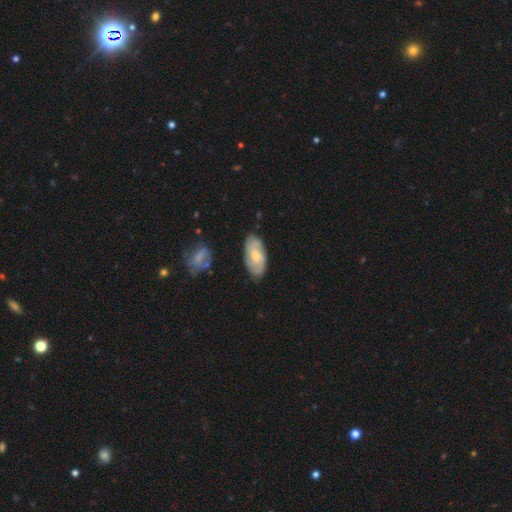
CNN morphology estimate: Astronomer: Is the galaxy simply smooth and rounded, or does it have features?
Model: featured or disk — 62%.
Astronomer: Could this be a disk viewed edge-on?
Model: no — 93%.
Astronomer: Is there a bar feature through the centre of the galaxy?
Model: no — 72%.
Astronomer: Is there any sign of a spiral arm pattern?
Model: yes — 87%.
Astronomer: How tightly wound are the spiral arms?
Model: tight — 54% (runner-up: medium, 34%).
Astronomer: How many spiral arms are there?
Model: can't tell — 36% (runner-up: 2, 35%).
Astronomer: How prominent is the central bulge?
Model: small — 54% (runner-up: moderate, 41%).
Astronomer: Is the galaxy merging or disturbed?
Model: none — 79%.